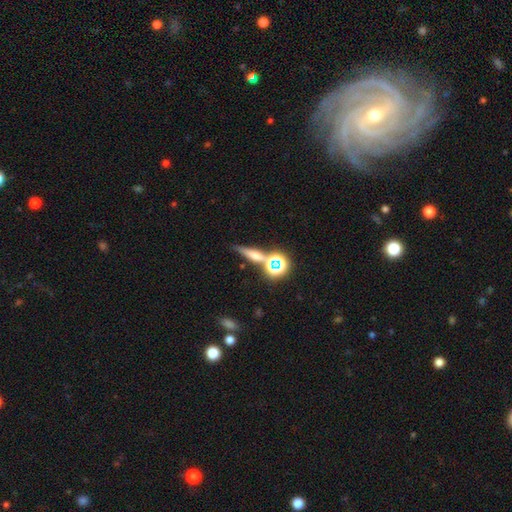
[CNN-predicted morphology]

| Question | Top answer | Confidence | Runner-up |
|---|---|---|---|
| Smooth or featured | smooth | 42% | featured or disk (33%) |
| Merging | none | 67% | merger (17%) |